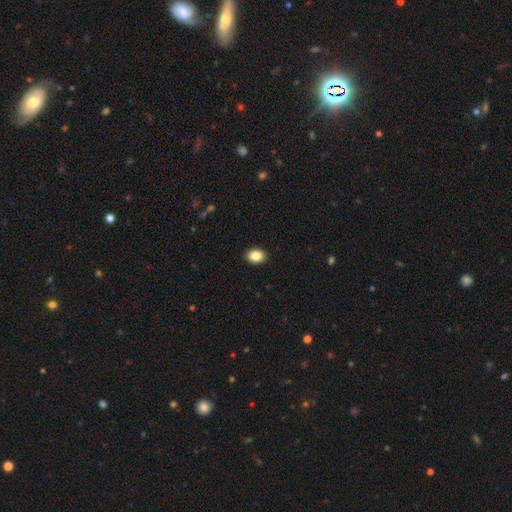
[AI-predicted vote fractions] Morphology: type=smooth (86%); roundness=in between (68%); merging=none (91%).